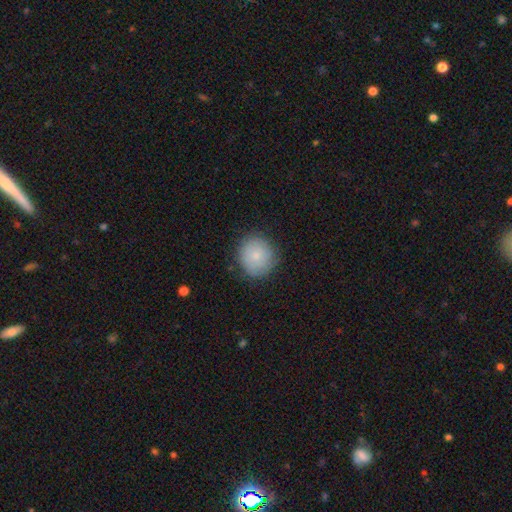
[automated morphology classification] Smooth or featured? smooth (78%)
How rounded? round (90%)
Merging? none (81%)